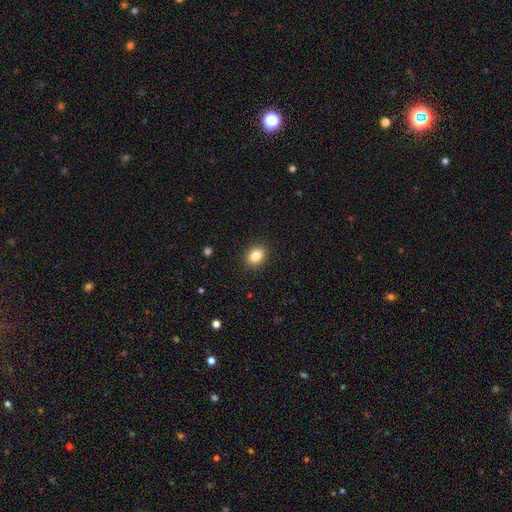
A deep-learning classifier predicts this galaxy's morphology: This appears to be a smooth galaxy with no disk features (84%) that is in between round and cigar-shaped (51%). Merging: none (90%).